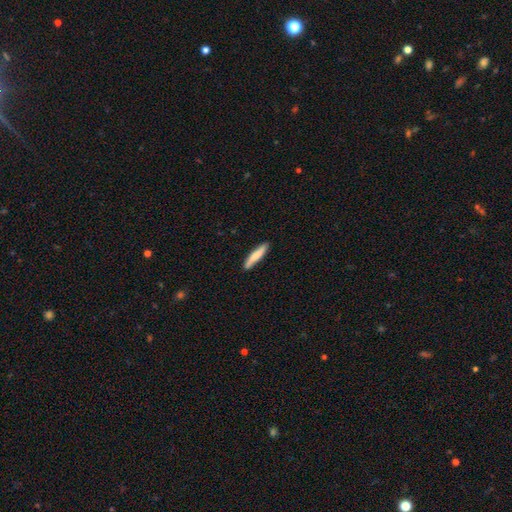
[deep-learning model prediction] Smooth or featured? Predicted: smooth (p=0.76). How rounded? Predicted: cigar-shaped (p=0.90). Merging? Predicted: none (p=0.88).